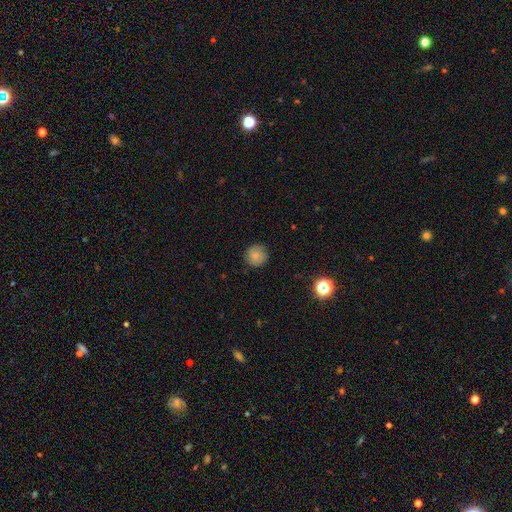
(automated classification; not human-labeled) This is clearly a smooth galaxy (81%). How rounded: clearly round (94%). Merging: clearly none (87%).